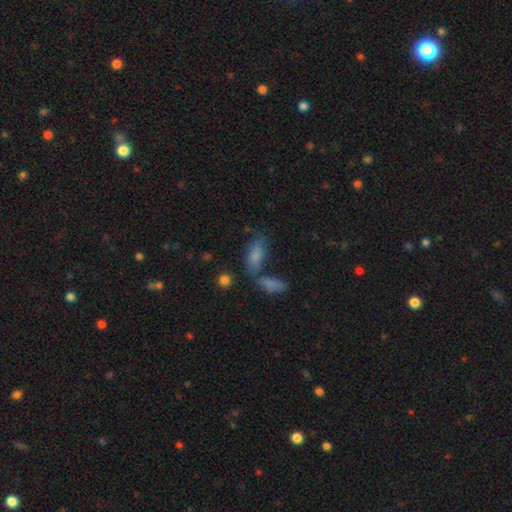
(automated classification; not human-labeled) Morphology: type=smooth (75%); roundness=in between (77%); merging=none (44%).